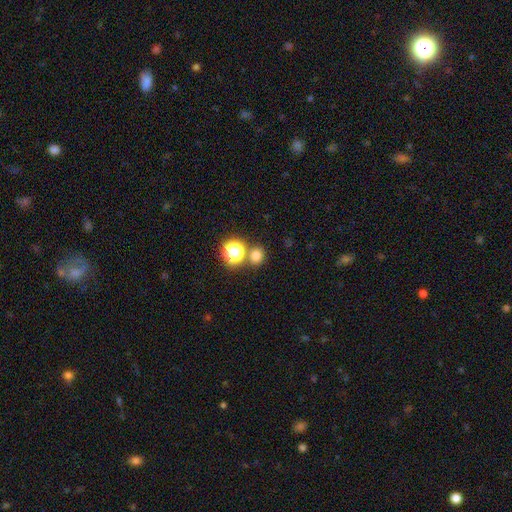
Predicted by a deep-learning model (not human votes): A smooth galaxy with no disk features (74%) that is round (82%). Merging: none (72%).